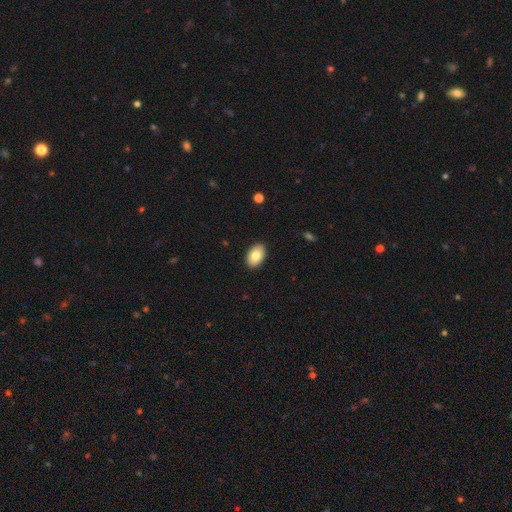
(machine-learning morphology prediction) Smooth or featured? smooth (82%)
How rounded? in between (91%)
Merging? none (90%)